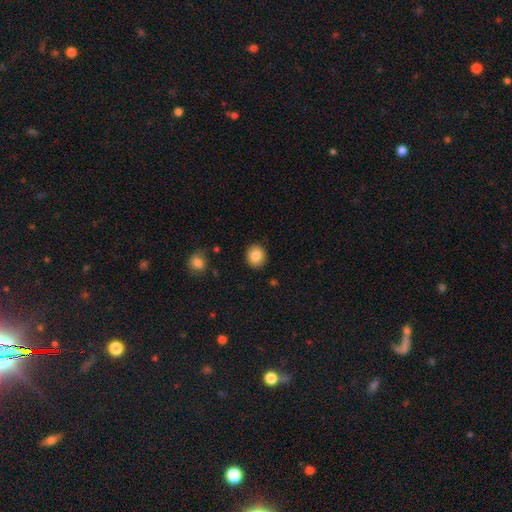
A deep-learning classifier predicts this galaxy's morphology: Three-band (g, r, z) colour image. It shows a smooth galaxy with no disk features (84%) that is round (80%). Merging: none (90%).